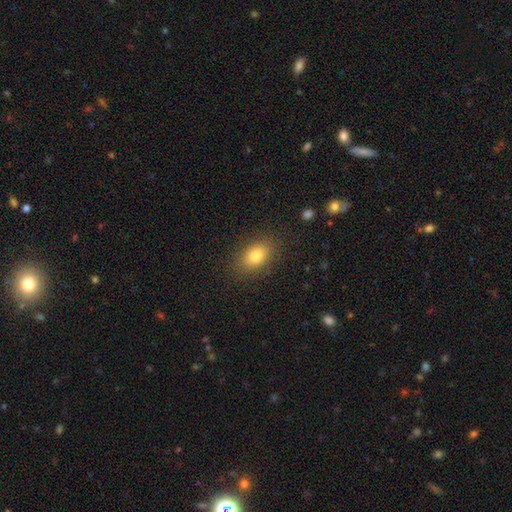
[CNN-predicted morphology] Overall: smooth (82%). How rounded: in between (84%). Merging: none (86%).